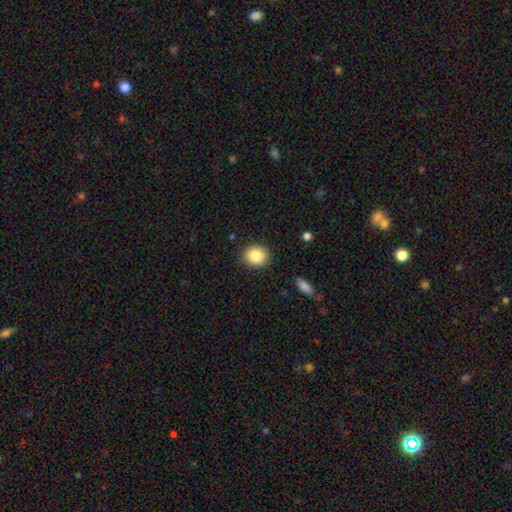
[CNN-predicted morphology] smooth 85%, star or artifact 8%, featured or disk 6%. Down the decision tree: how rounded — round (75%); merging — none (88%).